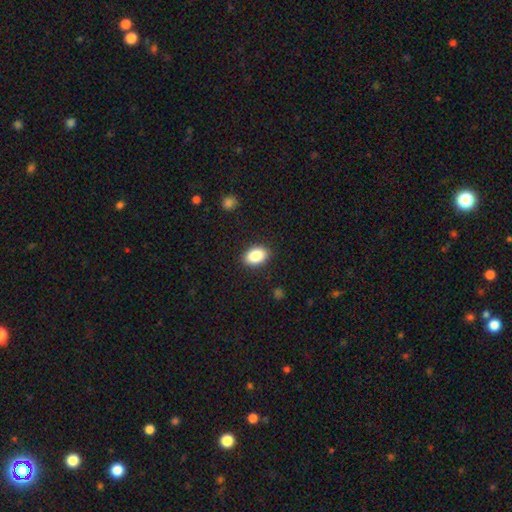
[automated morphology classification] smooth-or-featured: smooth: 87% | star or artifact: 7% | featured or disk: 6%
  how-rounded: in between: 84% | round: 15% | cigar-shaped: 1%
  merging: none: 89% | minor disturbance: 8% | major disturbance: 2% | merger: 1%